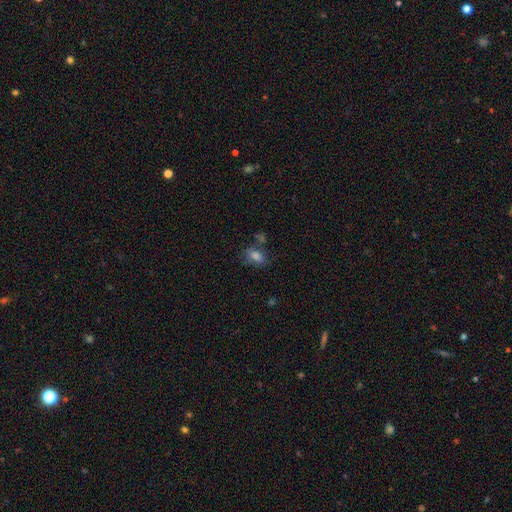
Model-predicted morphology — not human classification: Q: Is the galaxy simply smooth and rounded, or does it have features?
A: smooth — 74%.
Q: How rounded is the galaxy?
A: in between — 78%.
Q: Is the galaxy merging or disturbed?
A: none — 60%.